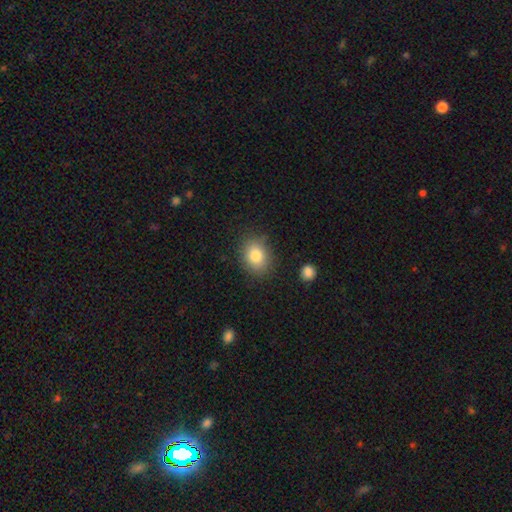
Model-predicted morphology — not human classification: smooth-or-featured: smooth: 82% | star or artifact: 10% | featured or disk: 9%
  how-rounded: in between: 54% | round: 45% | cigar-shaped: 1%
  merging: none: 82% | minor disturbance: 12% | major disturbance: 4% | merger: 2%